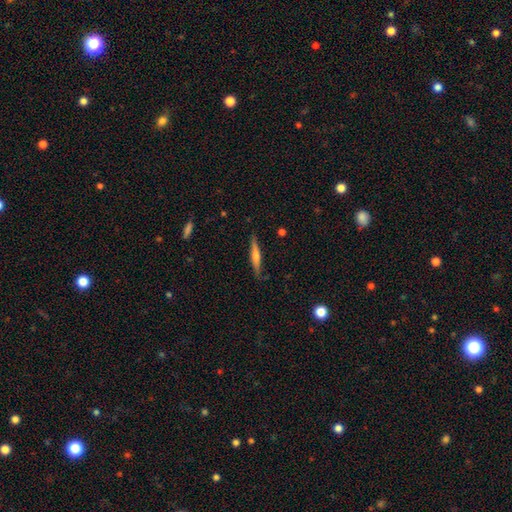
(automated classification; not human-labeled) Morphology: type=smooth (51%); roundness=cigar-shaped (92%); merging=none (84%).